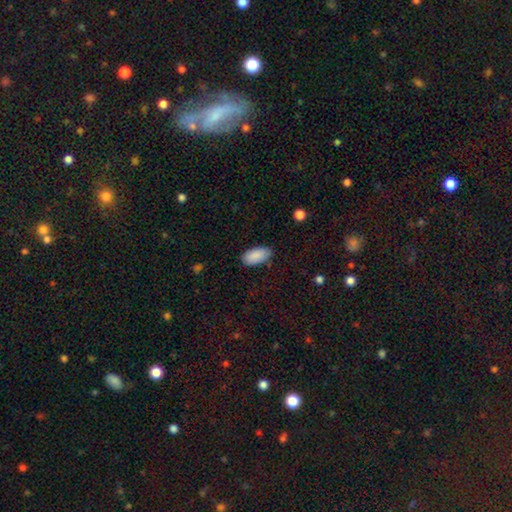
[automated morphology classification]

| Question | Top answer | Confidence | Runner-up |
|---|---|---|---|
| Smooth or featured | smooth | 90% | star or artifact (6%) |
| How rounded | in between | 94% | cigar-shaped (4%) |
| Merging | none | 83% | minor disturbance (13%) |